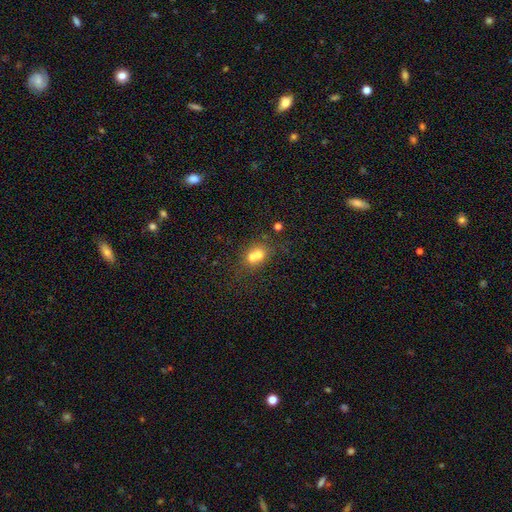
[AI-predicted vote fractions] A smooth galaxy with no disk features (64%) that is round (60%). Merging: merger (64%).